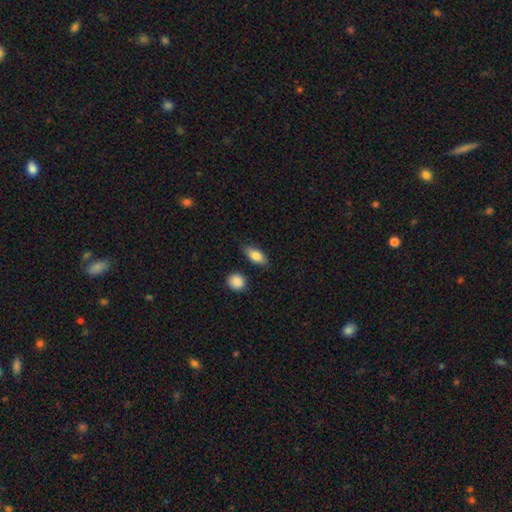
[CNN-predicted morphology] Smooth or featured? Predicted: smooth (p=0.81). How rounded? Predicted: in between (p=0.82). Merging? Predicted: none (p=0.81).